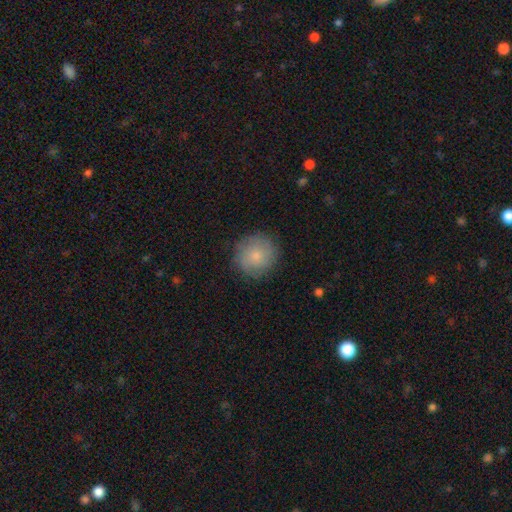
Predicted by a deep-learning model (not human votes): The model was most divided on "smooth or featured": smooth: 77%, featured or disk: 16%, star or artifact: 7%. More confident: how rounded — round (92%); merging — none (84%).